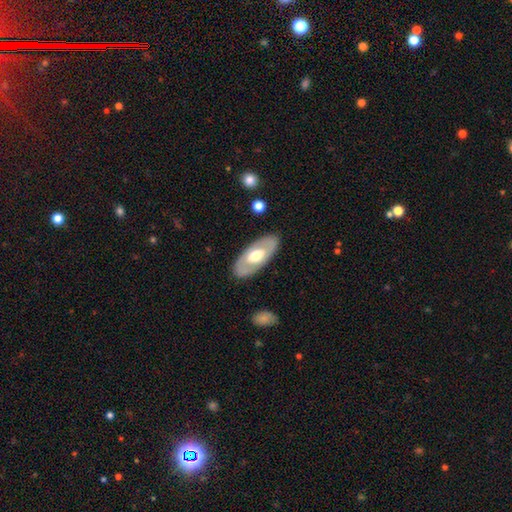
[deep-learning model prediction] Overall: featured or disk (52%; smooth 44%). Edge-on disk: no (83%). Merging: none (86%).